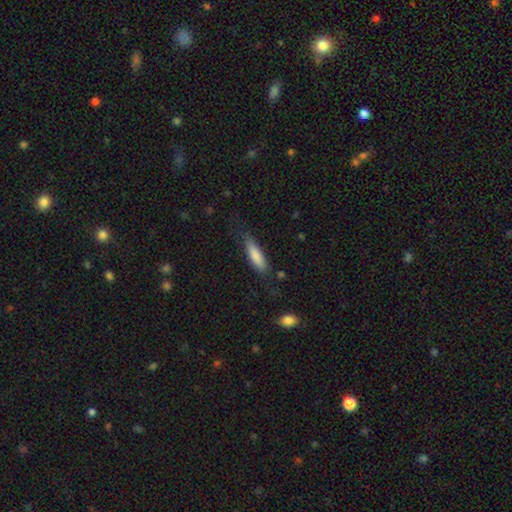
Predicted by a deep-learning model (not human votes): smooth 82%, featured or disk 12%, star or artifact 6%. Down the decision tree: how rounded — cigar-shaped (59%); merging — none (74%).